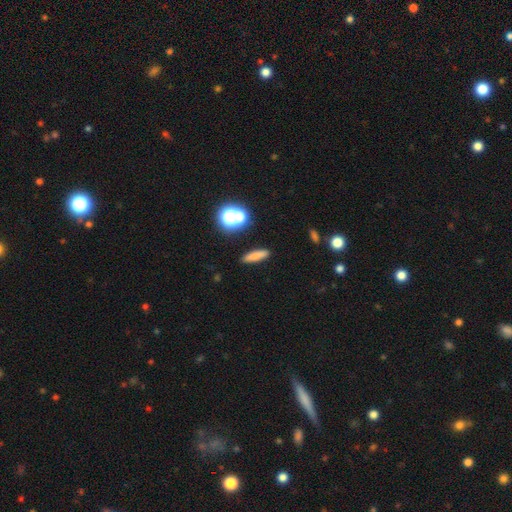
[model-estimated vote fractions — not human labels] Smooth or featured? Predicted: smooth (p=0.74). How rounded? Predicted: cigar-shaped (p=0.70). Merging? Predicted: none (p=0.88).